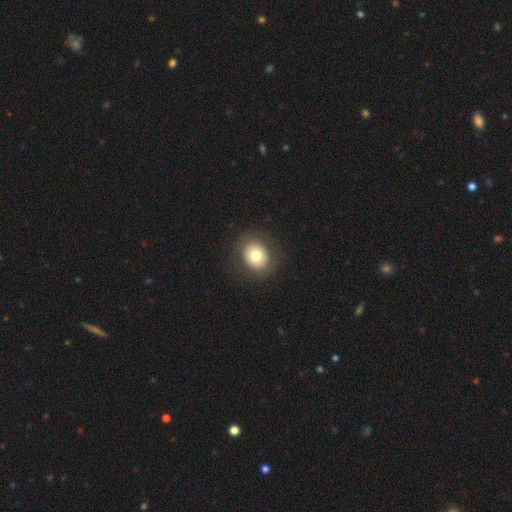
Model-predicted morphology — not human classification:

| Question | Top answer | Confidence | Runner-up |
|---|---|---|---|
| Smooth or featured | smooth | 73% | featured or disk (18%) |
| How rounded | round | 81% | in between (18%) |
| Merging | none | 87% | minor disturbance (8%) |